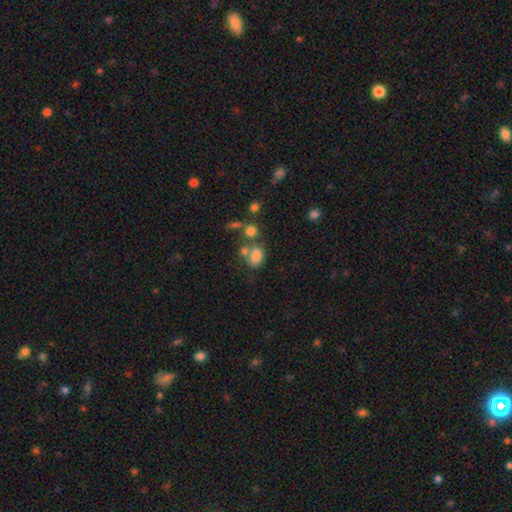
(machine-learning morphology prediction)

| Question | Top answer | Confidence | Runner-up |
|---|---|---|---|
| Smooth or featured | smooth | 77% | star or artifact (12%) |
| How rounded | in between | 72% | round (27%) |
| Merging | none | 46% | merger (30%) |